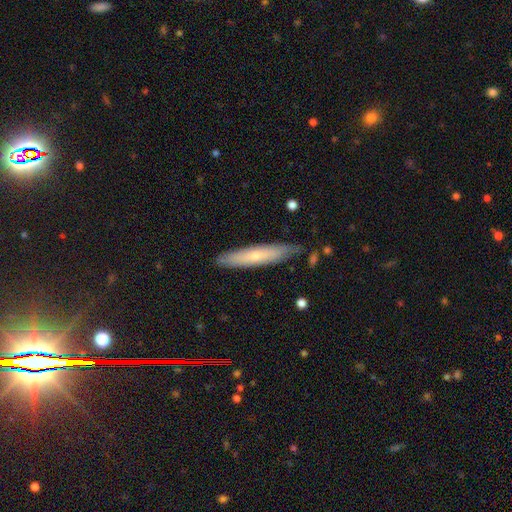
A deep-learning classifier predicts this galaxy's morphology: Overall: smooth (57%; featured or disk 37%). How rounded: cigar-shaped (89%). Merging: none (82%).